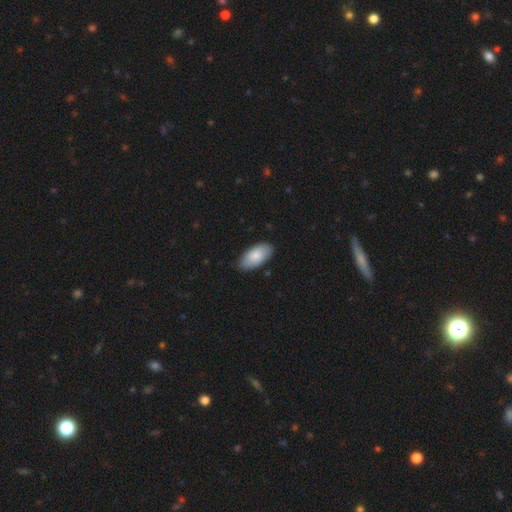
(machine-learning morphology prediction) This appears to be a smooth galaxy with no disk features (84%) that is in between round and cigar-shaped (95%). Merging: none (82%).